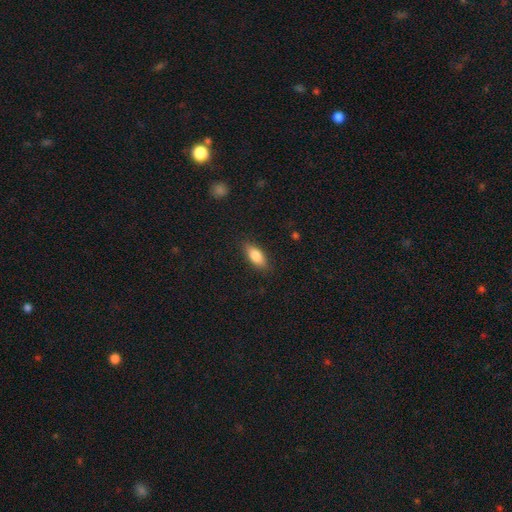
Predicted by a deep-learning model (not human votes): Smooth or featured?
  - smooth: 82% *
  - featured or disk: 11%
  - star or artifact: 7%
How rounded?
  - in between: 81% *
  - cigar-shaped: 16%
  - round: 3%
Merging?
  - none: 86% *
  - minor disturbance: 11%
  - major disturbance: 3%
  - merger: 1%